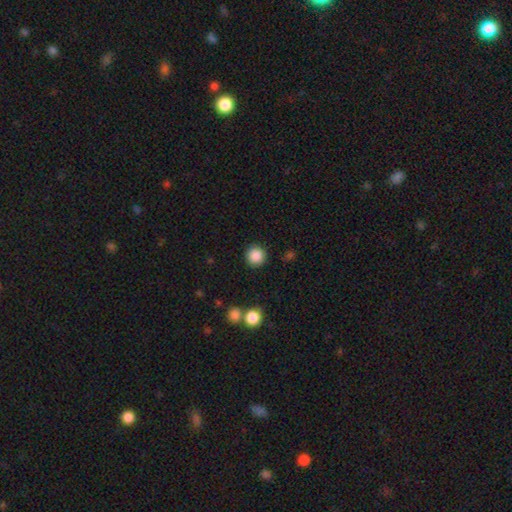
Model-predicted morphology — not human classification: A smooth galaxy with no disk features (87%) that is round (93%).

Vote fractions:
- Smooth or featured? smooth: 87% / star or artifact: 10% / featured or disk: 3%
- How rounded? round: 93% / in between: 6% / cigar-shaped: 1%
- Merging? none: 90% / minor disturbance: 6% / major disturbance: 2% / merger: 2%